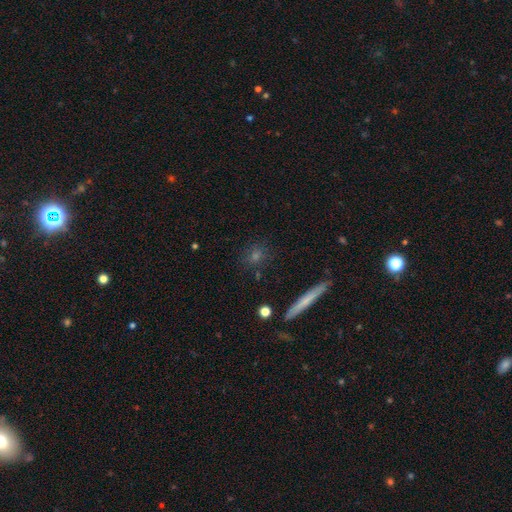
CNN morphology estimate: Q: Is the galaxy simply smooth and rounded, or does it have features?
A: smooth — 62%.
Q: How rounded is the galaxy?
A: round — 50%.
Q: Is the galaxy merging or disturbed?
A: none — 85%.